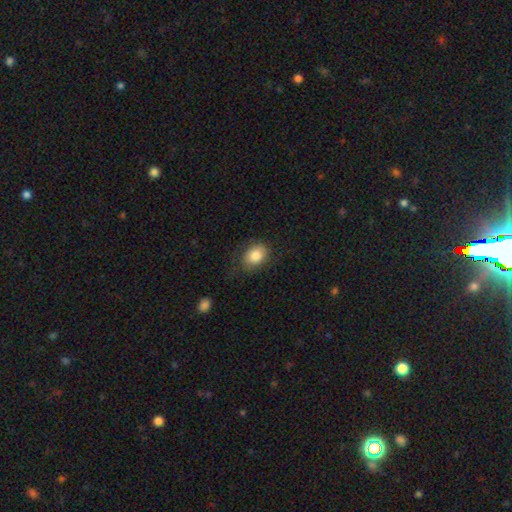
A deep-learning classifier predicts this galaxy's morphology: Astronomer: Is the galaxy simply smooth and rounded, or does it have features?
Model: smooth — 81%.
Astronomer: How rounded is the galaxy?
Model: in between — 69%.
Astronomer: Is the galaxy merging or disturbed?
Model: none — 73%.